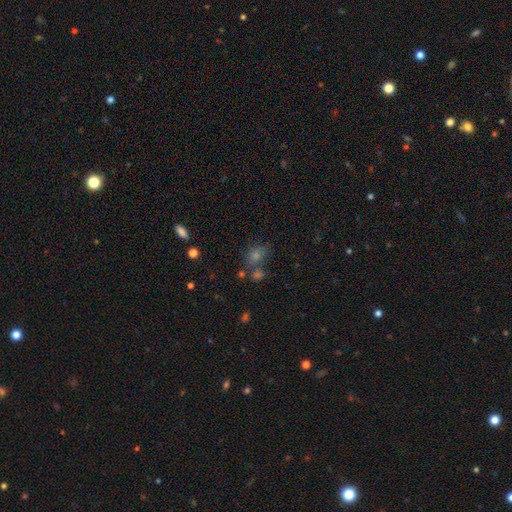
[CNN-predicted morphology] Smooth or featured? Predicted: smooth (p=0.51). How rounded? Predicted: round (p=0.52). Merging? Predicted: none (p=0.64).